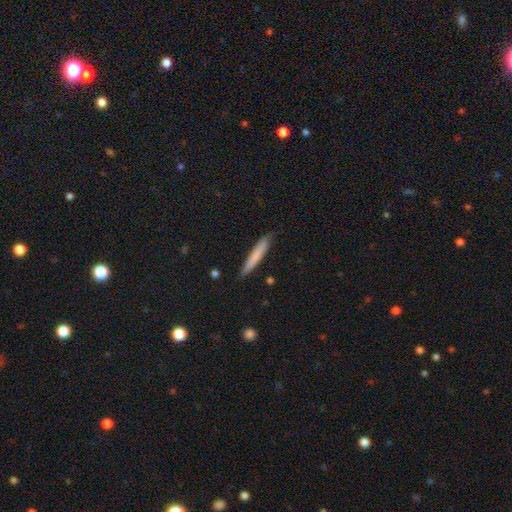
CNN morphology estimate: A smooth galaxy with no disk features (76%) that is cigar-shaped (95%).

Vote fractions:
- Smooth or featured? smooth: 76% / featured or disk: 18% / star or artifact: 6%
- How rounded? cigar-shaped: 95% / in between: 4% / round: 1%
- Merging? none: 86% / minor disturbance: 11% / major disturbance: 2% / merger: 1%